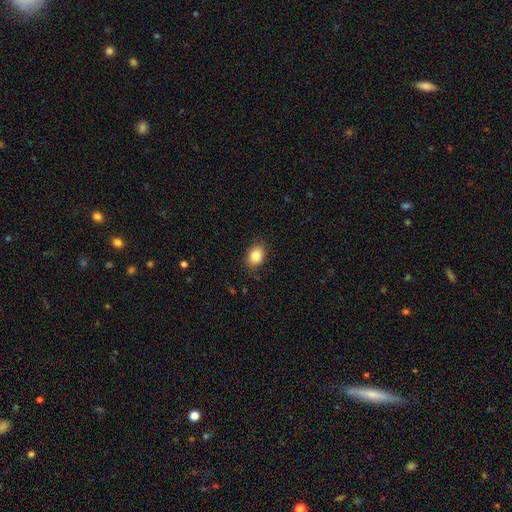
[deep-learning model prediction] smooth-or-featured: smooth: 84% | star or artifact: 9% | featured or disk: 7%
  how-rounded: in between: 75% | round: 24% | cigar-shaped: 1%
  merging: none: 85% | minor disturbance: 12% | major disturbance: 3% | merger: 1%